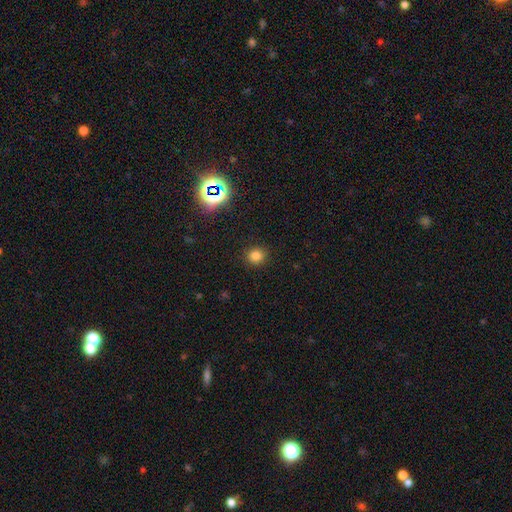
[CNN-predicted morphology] The model was most divided on "smooth or featured": smooth: 79%, star or artifact: 17%, featured or disk: 4%. More confident: merging — none (90%); how rounded — round (88%).